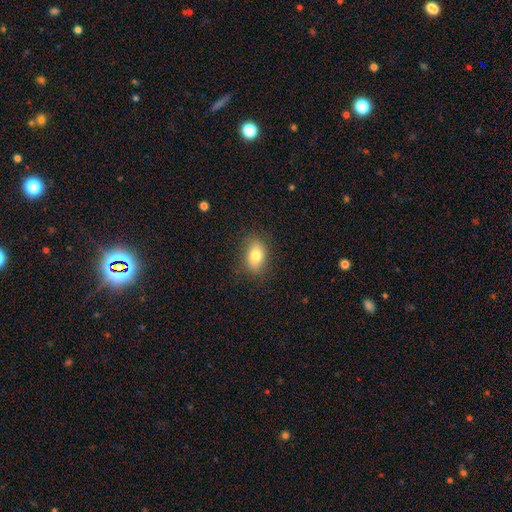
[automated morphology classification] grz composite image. It shows a smooth galaxy with no disk features (78%) that is in between round and cigar-shaped (82%). Merging: none (84%).